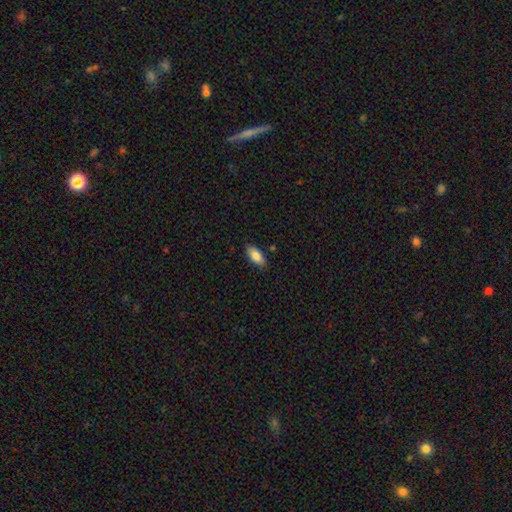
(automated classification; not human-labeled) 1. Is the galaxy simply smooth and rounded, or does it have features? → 86% smooth, 7% featured or disk, 6% star or artifact.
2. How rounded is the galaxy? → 89% in between, 9% cigar-shaped, 2% round.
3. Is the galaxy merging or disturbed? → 87% none, 10% minor disturbance, 2% major disturbance, 1% merger.